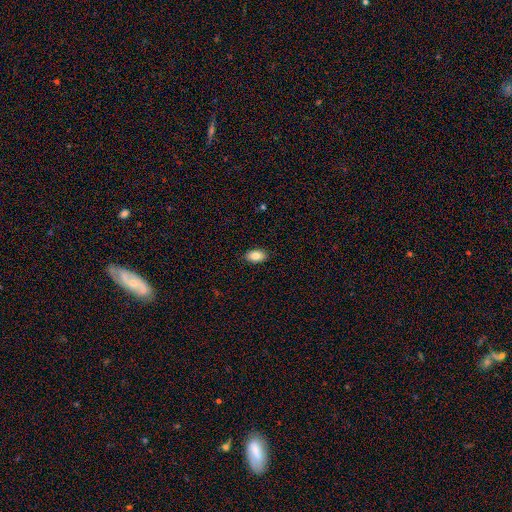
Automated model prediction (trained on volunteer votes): Morphology: type=smooth (83%); roundness=in between (92%); merging=none (89%).